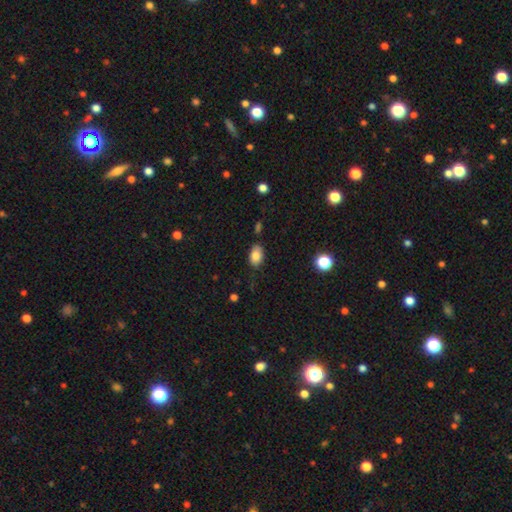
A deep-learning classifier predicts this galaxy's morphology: Smooth or featured?
  - smooth: 83% *
  - star or artifact: 9%
  - featured or disk: 8%
How rounded?
  - in between: 88% *
  - round: 11%
  - cigar-shaped: 1%
Merging?
  - none: 76% *
  - minor disturbance: 17%
  - major disturbance: 3%
  - merger: 3%